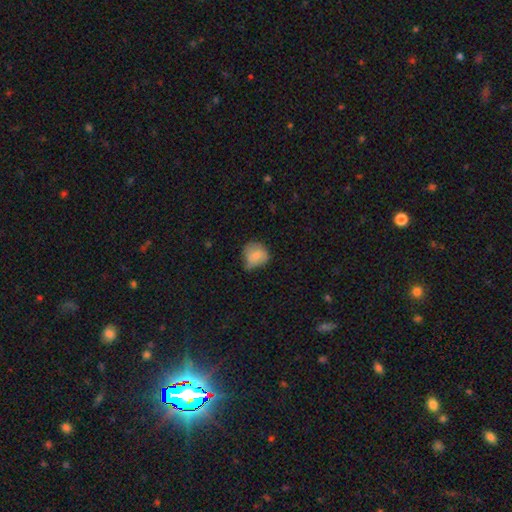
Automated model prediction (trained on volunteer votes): Smooth or featured: smooth — 74% (featured or disk — 17%)
How rounded: round — 72% (in between — 27%)
Merging: minor disturbance — 42% (none — 41%)